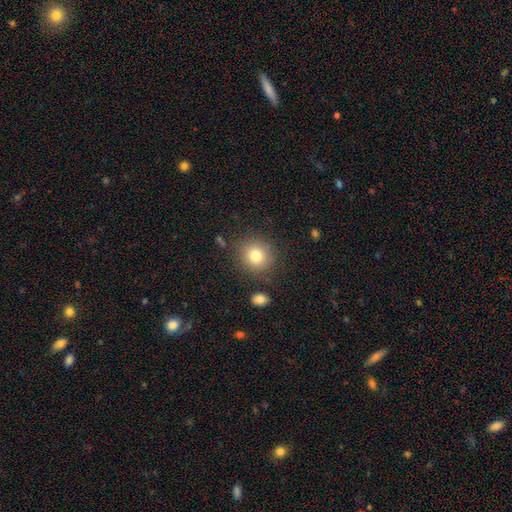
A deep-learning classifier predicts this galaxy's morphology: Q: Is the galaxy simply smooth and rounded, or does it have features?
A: smooth — 81%.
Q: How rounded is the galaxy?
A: round — 87%.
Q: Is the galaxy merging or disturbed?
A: none — 85%.